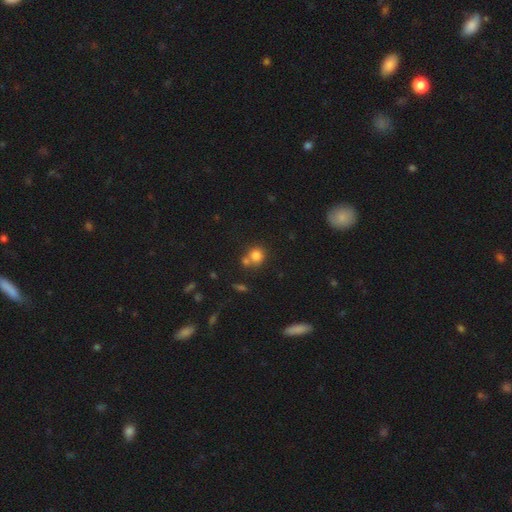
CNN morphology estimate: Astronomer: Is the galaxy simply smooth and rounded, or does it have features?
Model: smooth — 80%.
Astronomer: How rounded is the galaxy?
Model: round — 84%.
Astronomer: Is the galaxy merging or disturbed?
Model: none — 54% (runner-up: merger, 33%).